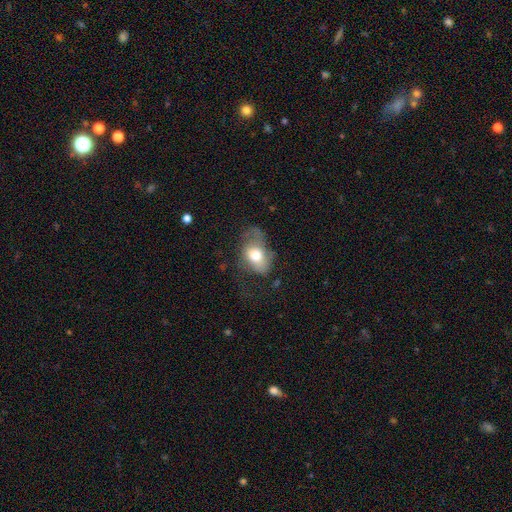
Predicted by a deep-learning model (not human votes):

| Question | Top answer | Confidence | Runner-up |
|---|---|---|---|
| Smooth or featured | smooth | 65% | featured or disk (27%) |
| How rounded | in between | 77% | round (22%) |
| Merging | major disturbance | 37% | none (31%) |